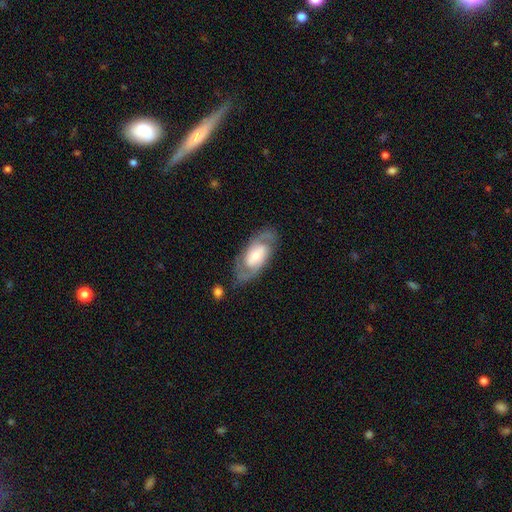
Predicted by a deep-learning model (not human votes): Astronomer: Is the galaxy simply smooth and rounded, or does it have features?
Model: featured or disk — 74%.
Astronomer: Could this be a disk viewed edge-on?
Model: no — 93%.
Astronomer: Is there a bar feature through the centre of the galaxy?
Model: no — 49% (runner-up: weak, 36%).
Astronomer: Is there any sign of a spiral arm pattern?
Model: yes — 87%.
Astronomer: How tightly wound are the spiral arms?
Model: medium — 46% (runner-up: tight, 39%).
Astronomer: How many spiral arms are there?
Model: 2 — 82%.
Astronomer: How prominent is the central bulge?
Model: moderate — 46% (runner-up: small, 34%).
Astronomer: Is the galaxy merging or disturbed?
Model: none — 76%.